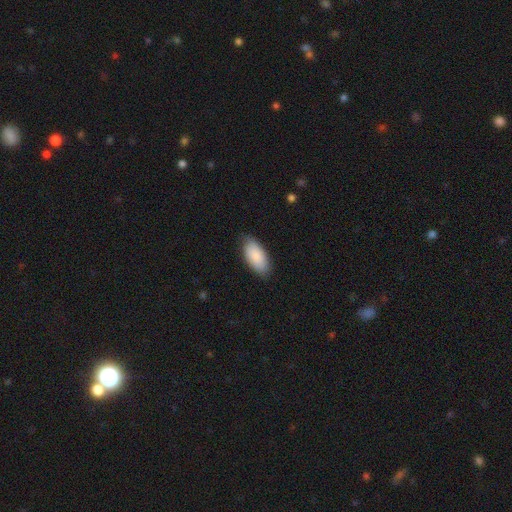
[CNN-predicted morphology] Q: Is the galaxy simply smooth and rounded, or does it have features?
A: smooth — 89%.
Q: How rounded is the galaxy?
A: in between — 93%.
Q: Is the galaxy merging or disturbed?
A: none — 83%.